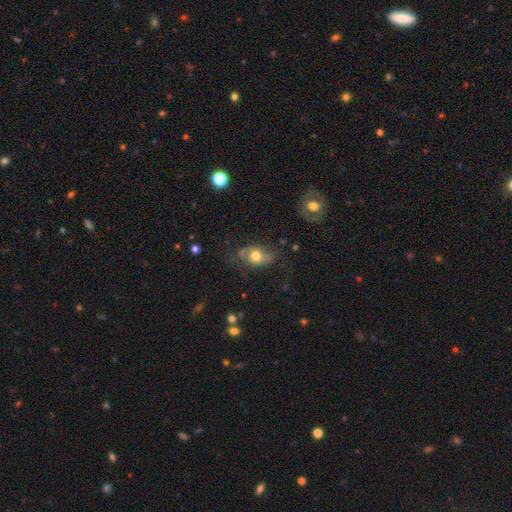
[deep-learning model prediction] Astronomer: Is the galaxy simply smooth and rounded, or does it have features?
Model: smooth — 57% (runner-up: featured or disk, 34%).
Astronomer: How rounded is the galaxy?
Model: in between — 78%.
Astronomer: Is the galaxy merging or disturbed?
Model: none — 63%.